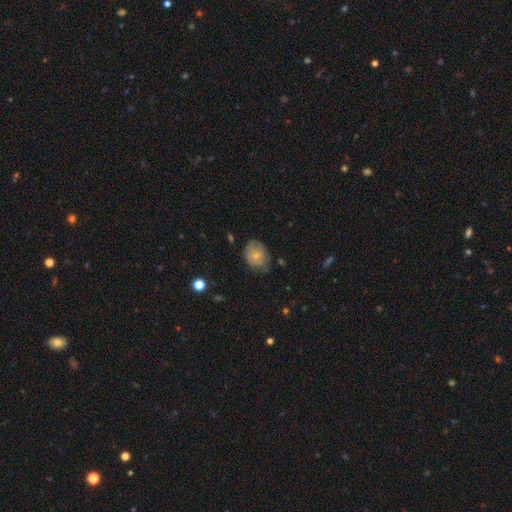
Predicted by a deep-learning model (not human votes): Q: Smooth or featured?
A: smooth (65%); runner-up: featured or disk (27%)
Q: How rounded?
A: in between (58%); runner-up: round (41%)
Q: Merging?
A: none (60%); runner-up: minor disturbance (30%)